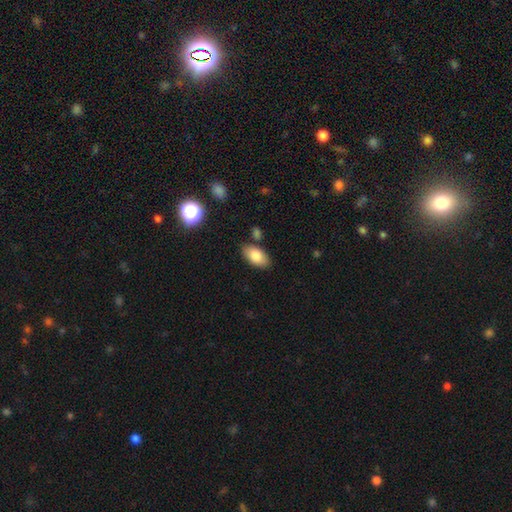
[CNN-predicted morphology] A smooth galaxy with no disk features (80%) that is in between round and cigar-shaped (93%).

Vote fractions:
- Smooth or featured? smooth: 80% / featured or disk: 13% / star or artifact: 7%
- How rounded? in between: 93% / round: 4% / cigar-shaped: 3%
- Merging? none: 82% / minor disturbance: 12% / merger: 4% / major disturbance: 3%